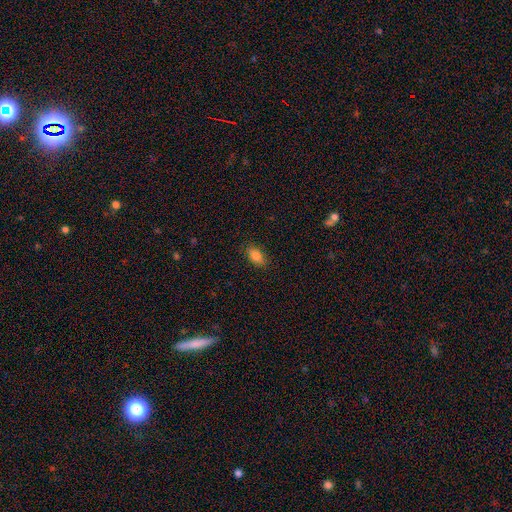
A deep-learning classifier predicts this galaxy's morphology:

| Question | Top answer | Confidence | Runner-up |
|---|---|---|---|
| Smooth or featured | smooth | 84% | star or artifact (9%) |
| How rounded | in between | 90% | round (7%) |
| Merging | none | 86% | minor disturbance (11%) |